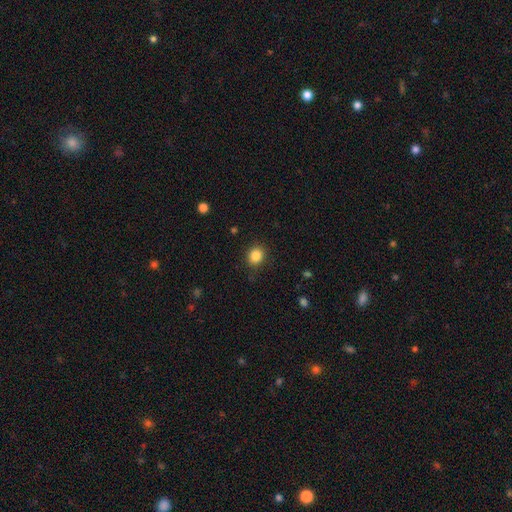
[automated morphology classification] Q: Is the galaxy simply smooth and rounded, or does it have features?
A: smooth — 85%.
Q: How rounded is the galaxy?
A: round — 72%.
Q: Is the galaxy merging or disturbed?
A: none — 87%.